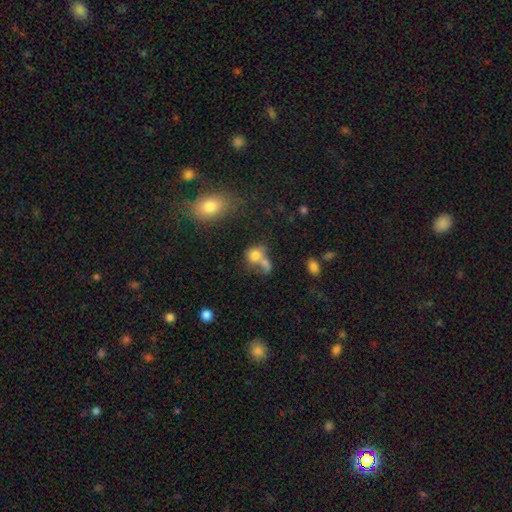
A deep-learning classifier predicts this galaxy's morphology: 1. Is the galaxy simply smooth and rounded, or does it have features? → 75% smooth, 12% featured or disk, 12% star or artifact.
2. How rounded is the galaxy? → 55% round, 43% in between, 2% cigar-shaped.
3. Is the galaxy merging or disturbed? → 54% merger, 29% none, 10% minor disturbance, 7% major disturbance.